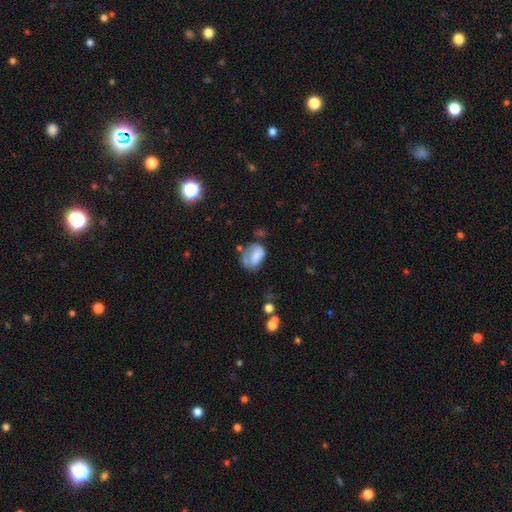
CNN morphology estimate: Q: Smooth or featured?
A: smooth (65%); runner-up: featured or disk (26%)
Q: How rounded?
A: in between (71%); runner-up: round (27%)
Q: Merging?
A: none (36%); runner-up: minor disturbance (30%)